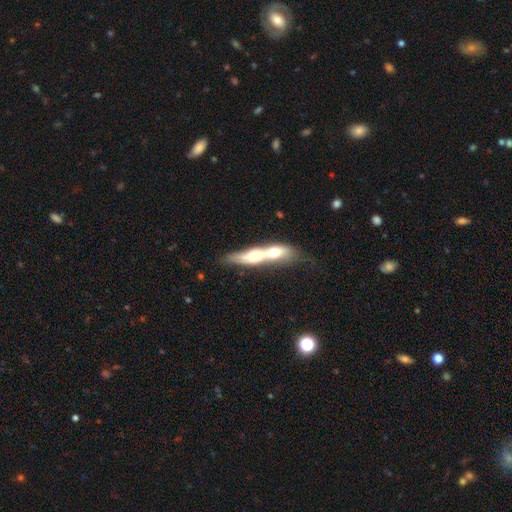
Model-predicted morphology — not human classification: Q: Smooth or featured?
A: featured or disk (50%); runner-up: smooth (43%)
Q: Edge-on disk?
A: yes (65%); runner-up: no (35%)
Q: Merging?
A: merger (68%); runner-up: none (19%)